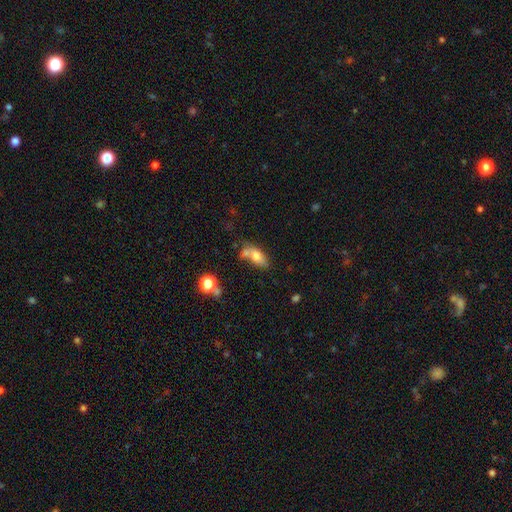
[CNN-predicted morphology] The model was most divided on "merging": none: 44%, merger: 30%, minor disturbance: 18%, major disturbance: 8%. More confident: how rounded — in between (81%); smooth or featured — smooth (71%).